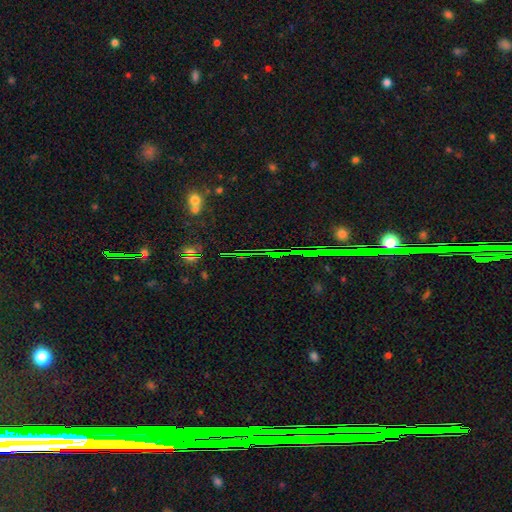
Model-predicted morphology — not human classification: A star or artifact, not a galaxy (72%).